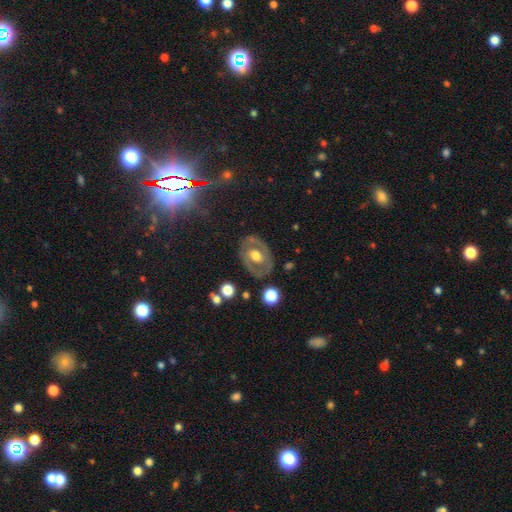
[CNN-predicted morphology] Smooth or featured? featured or disk (61%)
Edge-on disk? no (93%)
Bar? no (70%)
Spiral arms? no (70%)
Bulge size? moderate (59%)
Merging? none (76%)